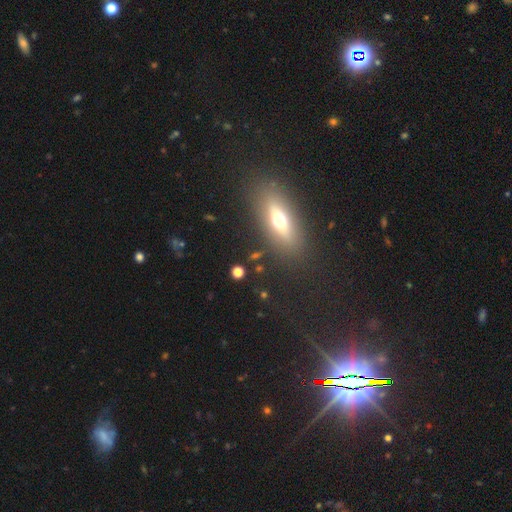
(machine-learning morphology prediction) type=smooth (49%); merging=none (84%).